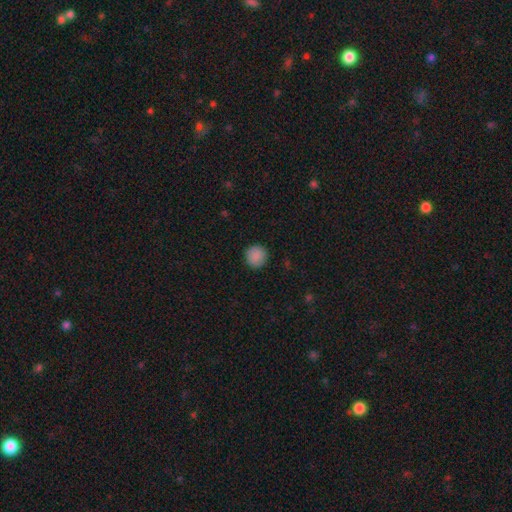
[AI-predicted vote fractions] smooth 89%, star or artifact 8%, featured or disk 3%. Down the decision tree: how rounded — round (94%); merging — none (91%).